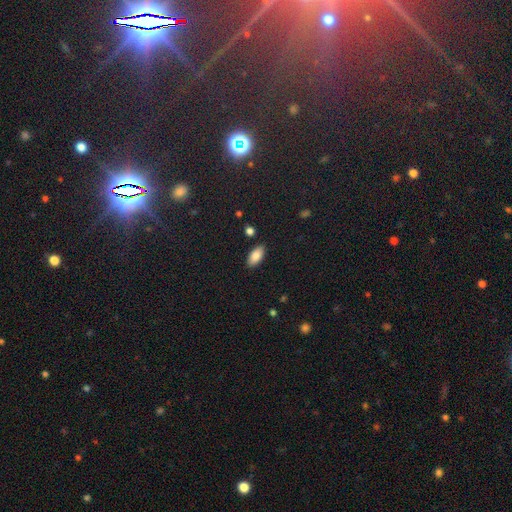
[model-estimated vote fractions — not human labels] Smooth or featured?
  - smooth: 86% *
  - star or artifact: 7%
  - featured or disk: 7%
How rounded?
  - in between: 92% *
  - cigar-shaped: 5%
  - round: 2%
Merging?
  - none: 88% *
  - minor disturbance: 8%
  - major disturbance: 2%
  - merger: 2%